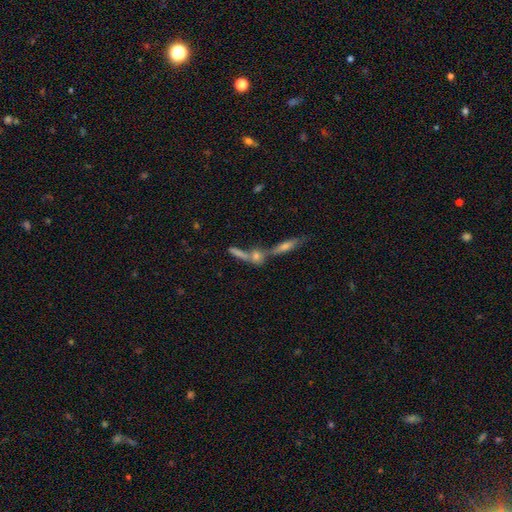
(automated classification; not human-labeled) A featured or disk galaxy (52%) viewed edge-on (75%).

Vote fractions:
- Smooth or featured? featured or disk: 52% / smooth: 32% / star or artifact: 16%
- Edge-on disk? yes: 75% / no: 25%
- Merging? merger: 48% / none: 40% / minor disturbance: 7% / major disturbance: 5%